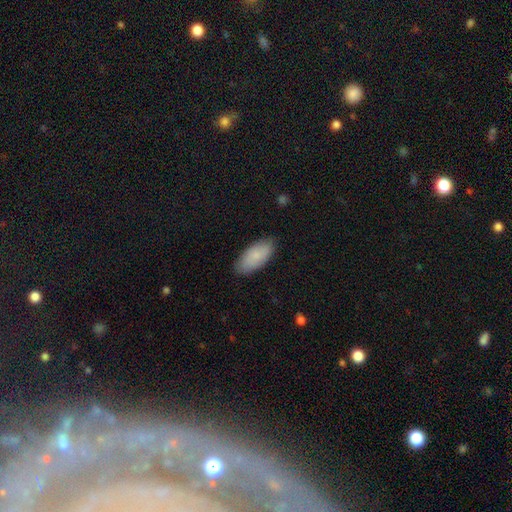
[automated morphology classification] This is clearly a smooth galaxy (85%). How rounded: clearly in between (90%). Merging: clearly none (85%).